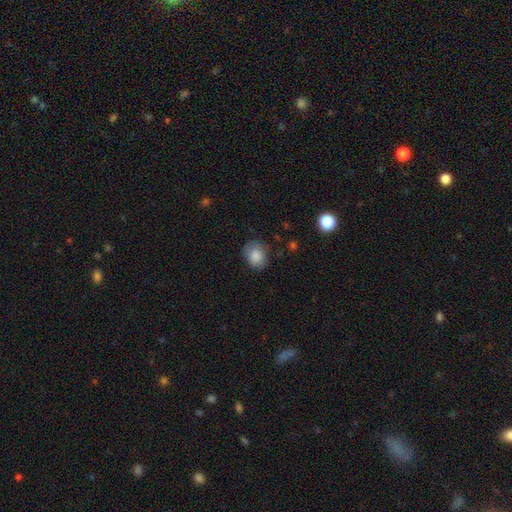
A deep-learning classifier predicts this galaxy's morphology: type=smooth (84%); roundness=round (56%); merging=none (73%).